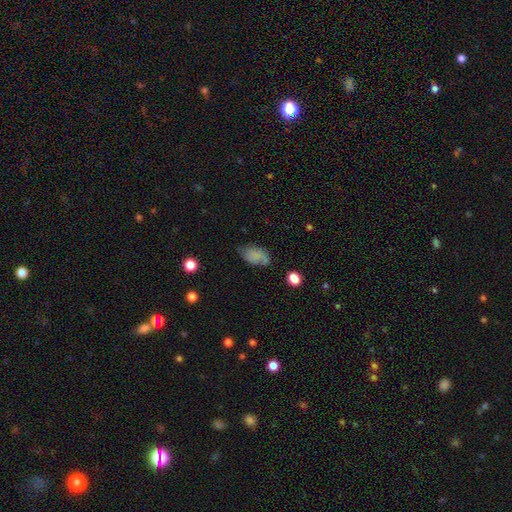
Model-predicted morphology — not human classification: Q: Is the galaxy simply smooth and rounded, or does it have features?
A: smooth — 71%.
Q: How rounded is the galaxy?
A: in between — 91%.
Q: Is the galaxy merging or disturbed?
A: none — 54%.